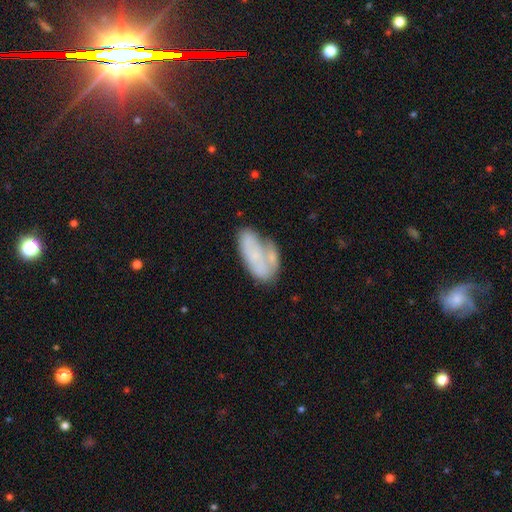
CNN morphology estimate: smooth 51%, featured or disk 41%, star or artifact 9%. Down the decision tree: how rounded — in between (89%); merging — none (38%).